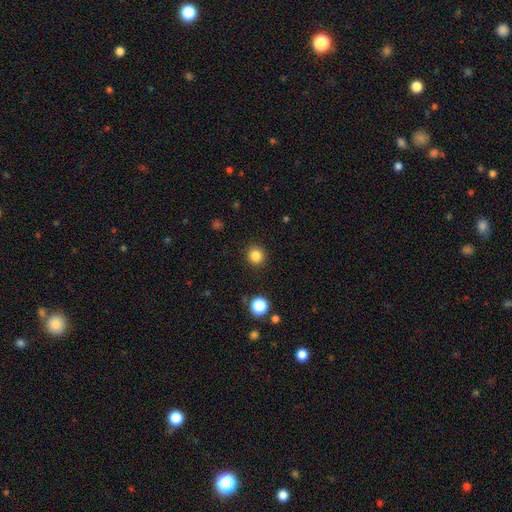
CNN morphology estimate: Overall: smooth (84%). How rounded: round (93%). Merging: none (91%).